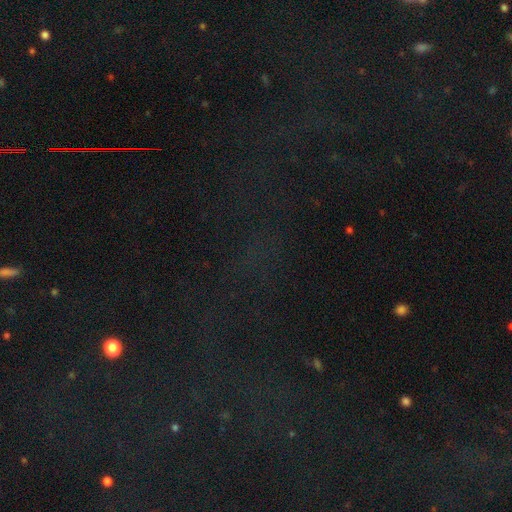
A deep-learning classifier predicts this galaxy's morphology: The model was most divided on "smooth or featured": star or artifact: 75%, smooth: 15%, featured or disk: 10%.